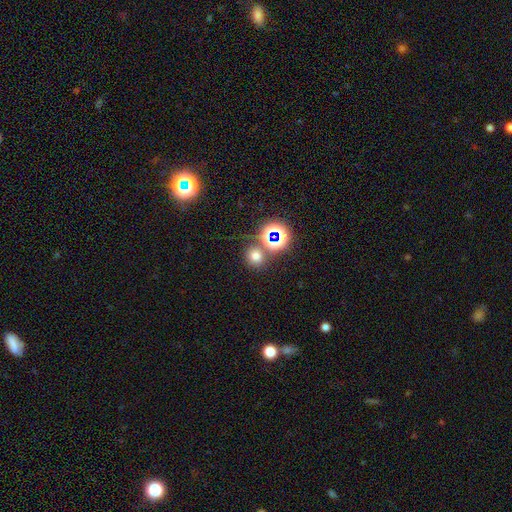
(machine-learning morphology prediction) This is likely a smooth galaxy (65%). How rounded: clearly round (83%). Merging: likely none (72%).